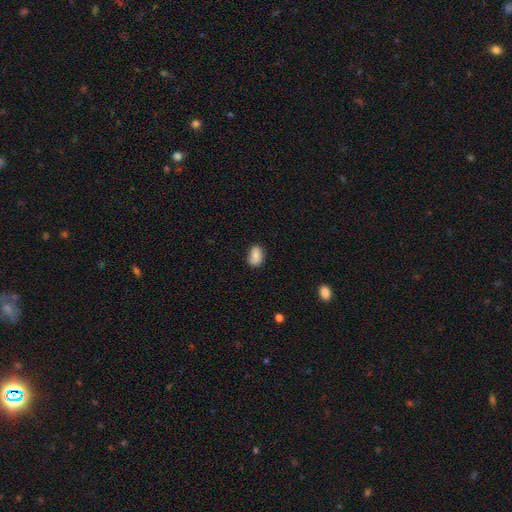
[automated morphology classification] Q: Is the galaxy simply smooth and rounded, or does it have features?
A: smooth — 83%.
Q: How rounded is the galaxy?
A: in between — 83%.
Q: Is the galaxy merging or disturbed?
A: none — 74%.